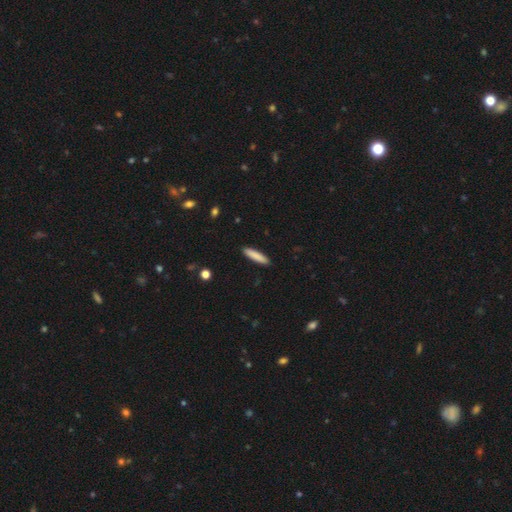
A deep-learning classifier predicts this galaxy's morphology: This appears to be a smooth galaxy with no disk features (86%) that is cigar-shaped (86%). Merging: none (91%).